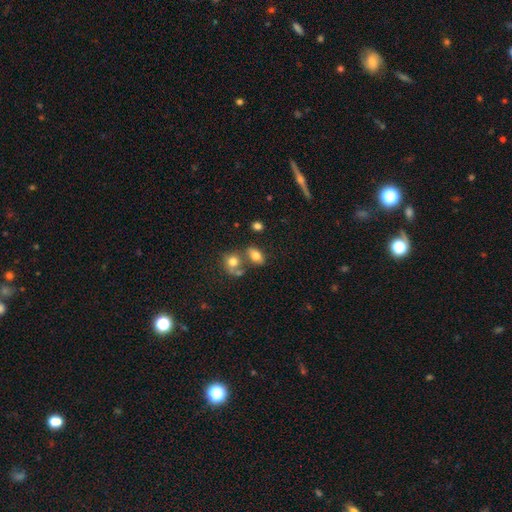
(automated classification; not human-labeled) Smooth or featured: smooth — 76% (featured or disk — 14%)
How rounded: in between — 81% (round — 15%)
Merging: none — 57% (merger — 26%)